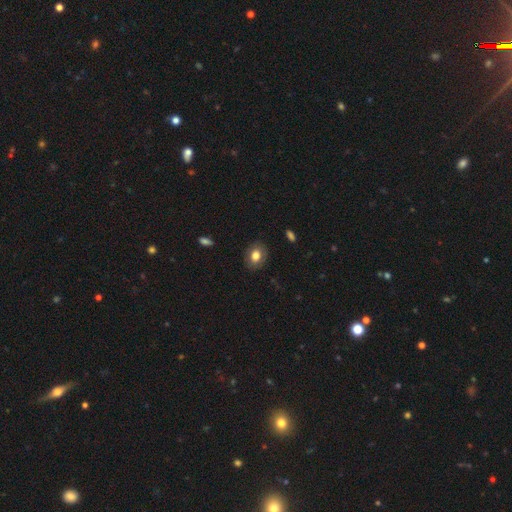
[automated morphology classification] smooth_or_featured: smooth (p=0.76) [alt: featured or disk p=0.16]
how_rounded: in between (p=0.59) [alt: round p=0.40]
merging: none (p=0.86) [alt: minor disturbance p=0.10]